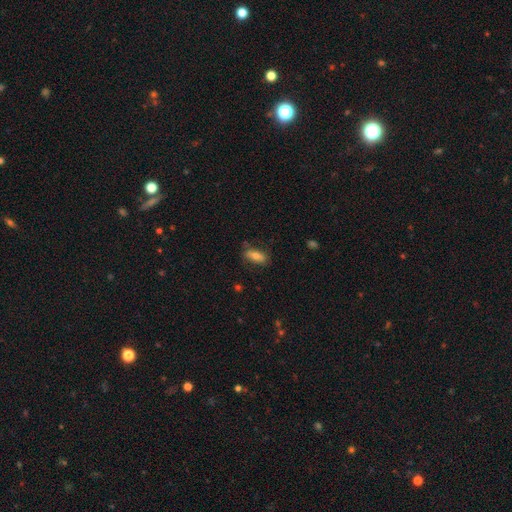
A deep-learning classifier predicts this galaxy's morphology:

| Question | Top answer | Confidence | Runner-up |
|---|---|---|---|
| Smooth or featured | smooth | 70% | featured or disk (22%) |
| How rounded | in between | 81% | cigar-shaped (15%) |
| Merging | none | 73% | minor disturbance (19%) |